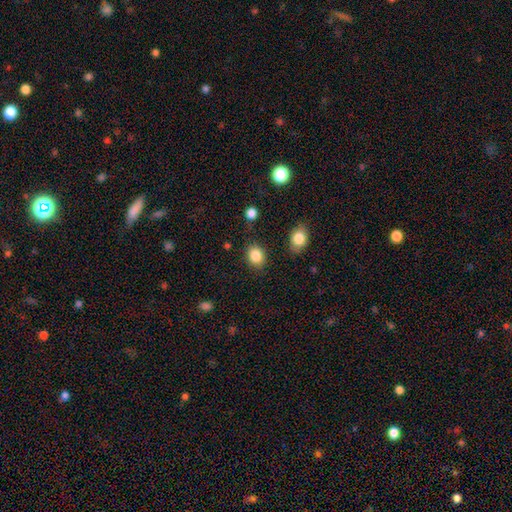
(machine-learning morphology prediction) Smooth or featured?
  - smooth: 86% *
  - star or artifact: 9%
  - featured or disk: 5%
How rounded?
  - round: 53% *
  - in between: 46%
  - cigar-shaped: 1%
Merging?
  - none: 83% *
  - minor disturbance: 11%
  - major disturbance: 3%
  - merger: 3%